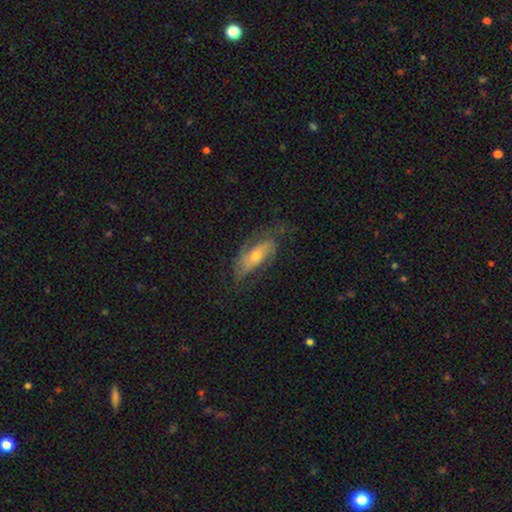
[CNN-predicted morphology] Smooth or featured? Predicted: featured or disk (p=0.61). Edge-on disk? Predicted: no (p=0.85). Bar? Predicted: no (p=0.67). Spiral arms? Predicted: yes (p=0.80). Bulge size? Predicted: moderate (p=0.49). Merging? Predicted: none (p=0.57).